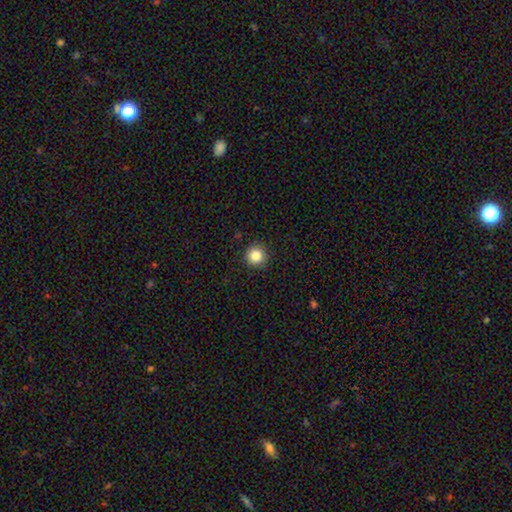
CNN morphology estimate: The model was most divided on "smooth or featured": smooth: 84%, star or artifact: 11%, featured or disk: 5%. More confident: how rounded — round (96%); merging — none (92%).